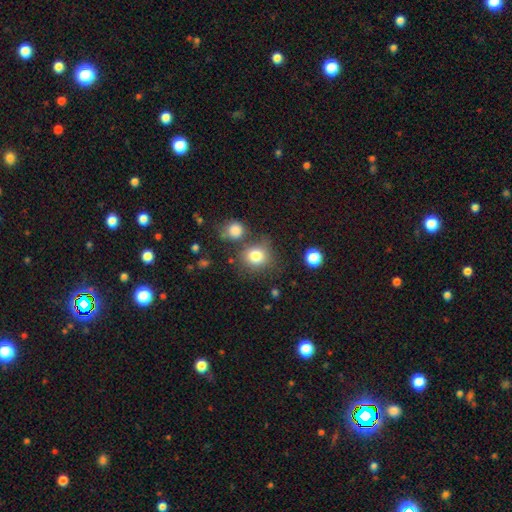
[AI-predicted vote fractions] A smooth galaxy with no disk features (80%) that is round (81%). Merging: none (65%).